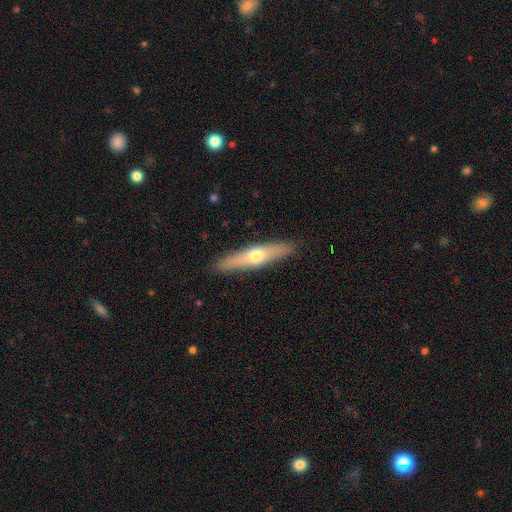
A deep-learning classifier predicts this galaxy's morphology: This is possibly a smooth galaxy (51%). How rounded: clearly cigar-shaped (81%). Merging: clearly none (90%).